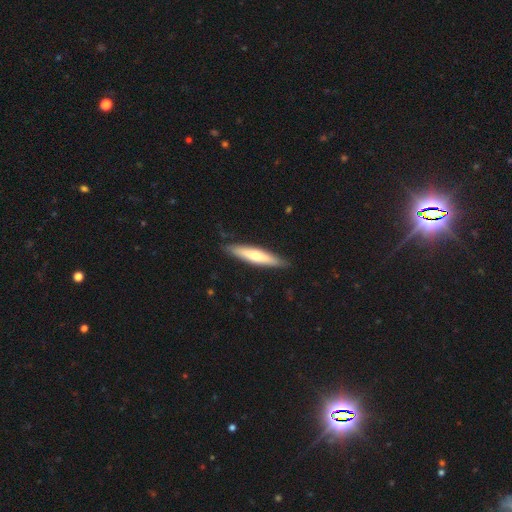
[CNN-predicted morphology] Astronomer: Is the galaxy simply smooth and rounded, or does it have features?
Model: smooth — 52% (runner-up: featured or disk, 43%).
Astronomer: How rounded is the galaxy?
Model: cigar-shaped — 84%.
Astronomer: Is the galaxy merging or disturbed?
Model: none — 87%.